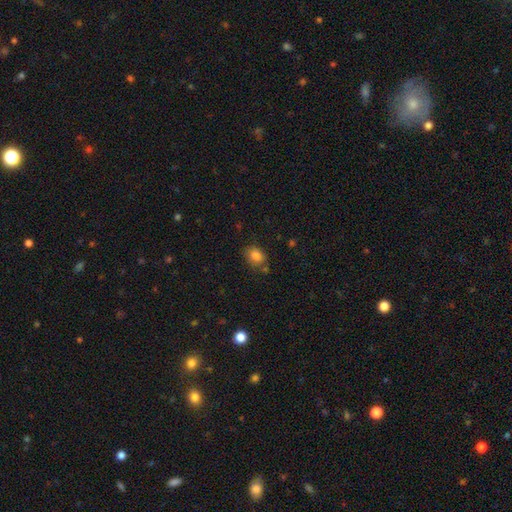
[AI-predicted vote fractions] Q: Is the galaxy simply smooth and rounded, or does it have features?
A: smooth — 83%.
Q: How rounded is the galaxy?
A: in between — 60%.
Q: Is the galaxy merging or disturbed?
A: none — 73%.